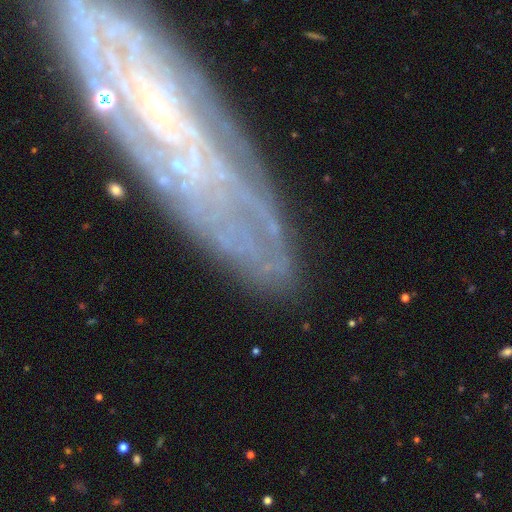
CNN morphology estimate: Smooth or featured: featured or disk — 74% (smooth — 14%)
Edge-on disk: no — 82% (yes — 18%)
Bar: no — 59% (weak — 27%)
Spiral arms: yes — 82% (no — 18%)
Bulge size: small — 66% (moderate — 20%)
Merging: none — 75% (minor disturbance — 16%)